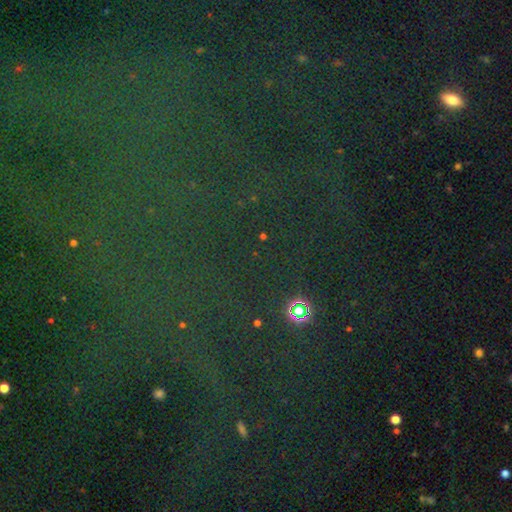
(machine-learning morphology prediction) This is clearly a star or artifact rather than a galaxy (81%).